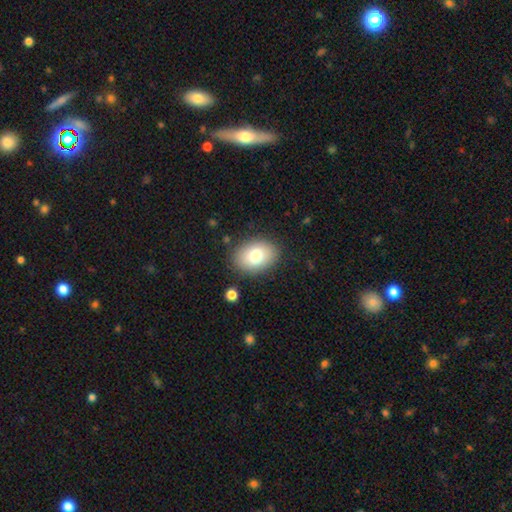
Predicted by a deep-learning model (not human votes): smooth-or-featured: smooth: 78% | featured or disk: 14% | star or artifact: 8%
  how-rounded: in between: 78% | round: 21% | cigar-shaped: 1%
  merging: none: 85% | minor disturbance: 10% | major disturbance: 3% | merger: 2%